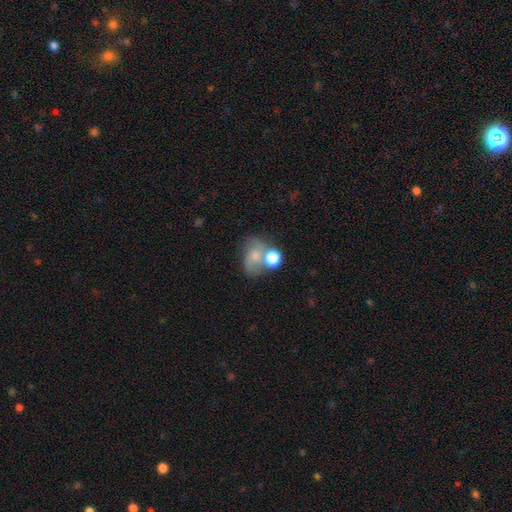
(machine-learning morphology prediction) type=smooth (56%); roundness=in between (61%); merging=merger (36%).